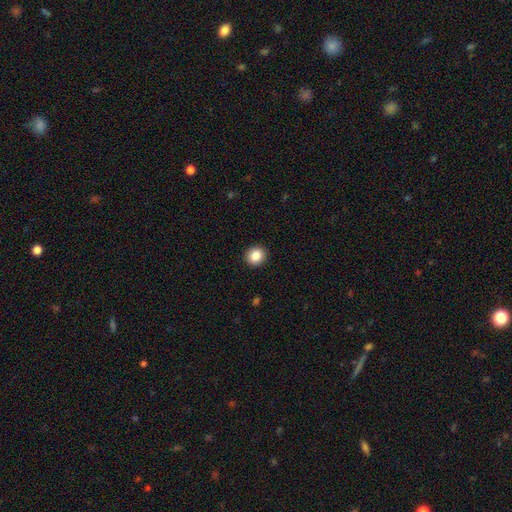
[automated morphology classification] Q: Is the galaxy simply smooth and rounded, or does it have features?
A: smooth — 86%.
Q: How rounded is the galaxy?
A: round — 85%.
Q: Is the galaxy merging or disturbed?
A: none — 92%.